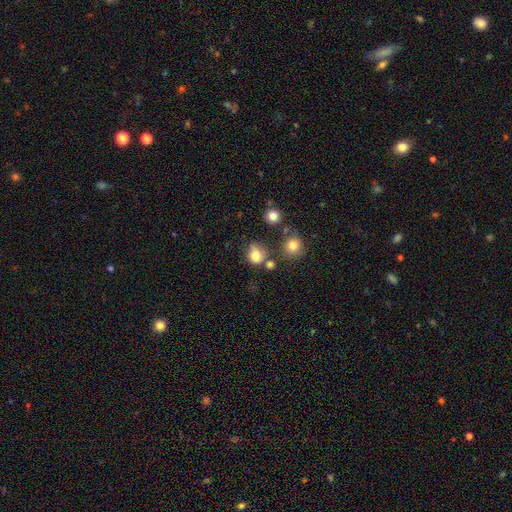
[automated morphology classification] type=smooth (79%); roundness=round (63%); merging=none (53%).